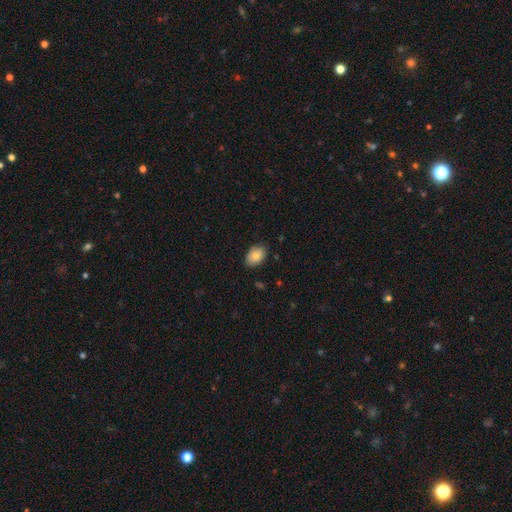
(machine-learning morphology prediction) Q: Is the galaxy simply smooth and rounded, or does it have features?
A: smooth — 81%.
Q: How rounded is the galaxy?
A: in between — 86%.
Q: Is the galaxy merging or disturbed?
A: none — 82%.